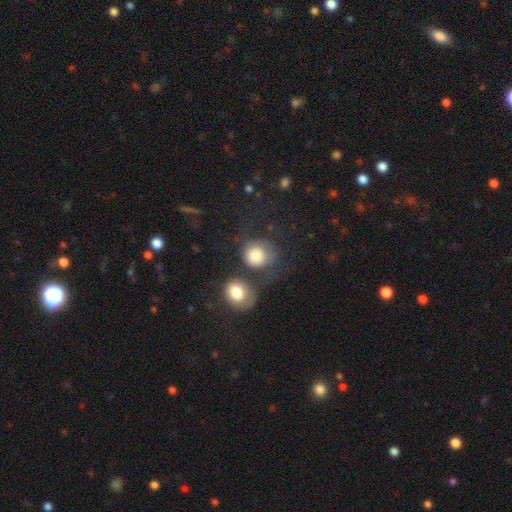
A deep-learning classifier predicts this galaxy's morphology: A smooth galaxy with no disk features (77%) that is round (82%). Merging: none (38%).